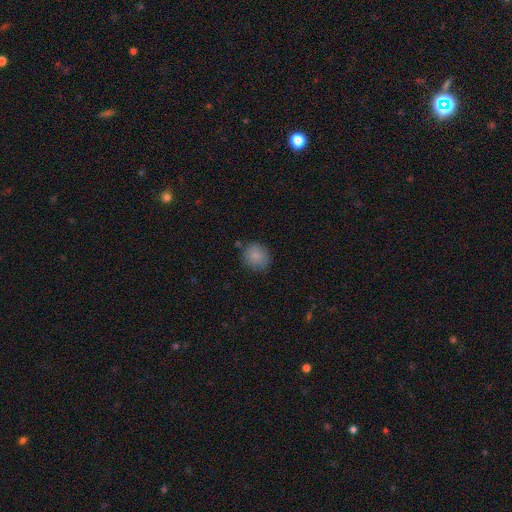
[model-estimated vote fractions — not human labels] Overall: smooth (84%). How rounded: round (81%). Merging: none (82%).